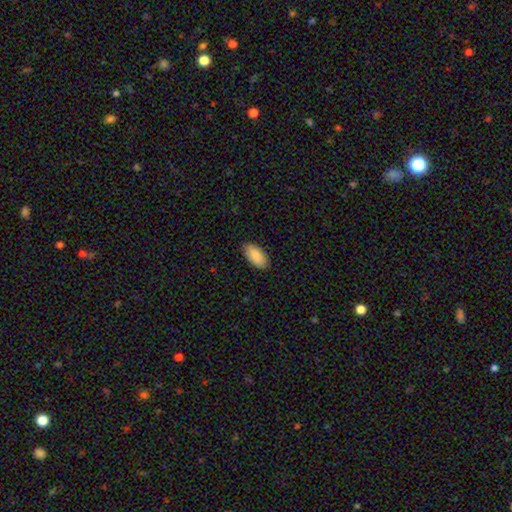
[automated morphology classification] The model was most divided on "merging": none: 88%, minor disturbance: 9%, major disturbance: 2%, merger: 1%. More confident: how rounded — in between (94%); smooth or featured — smooth (89%).